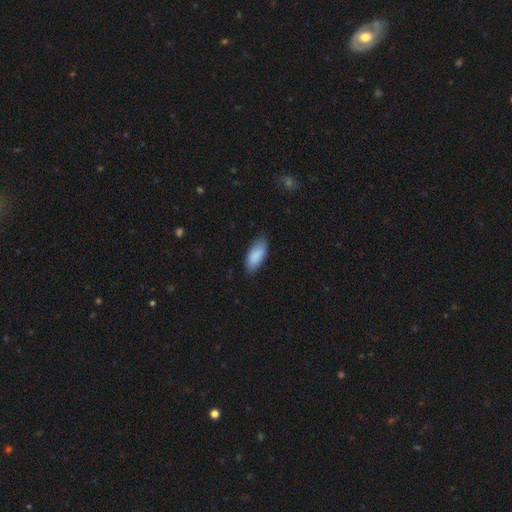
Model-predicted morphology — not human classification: smooth-or-featured: smooth: 88% | featured or disk: 6% | star or artifact: 6%
  how-rounded: in between: 86% | cigar-shaped: 12% | round: 2%
  merging: none: 79% | minor disturbance: 17% | major disturbance: 3% | merger: 1%